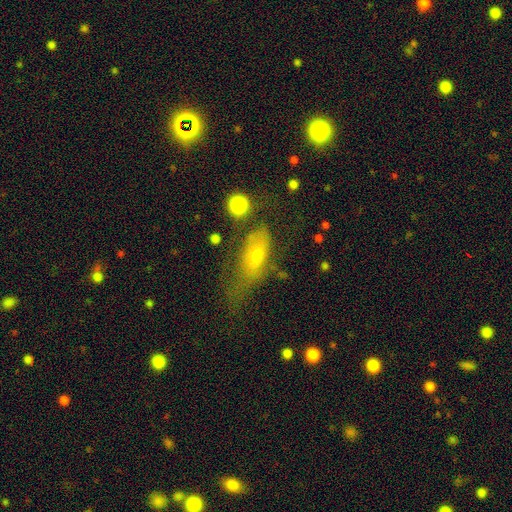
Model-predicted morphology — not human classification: type=smooth (57%); roundness=in between (74%); merging=none (38%).